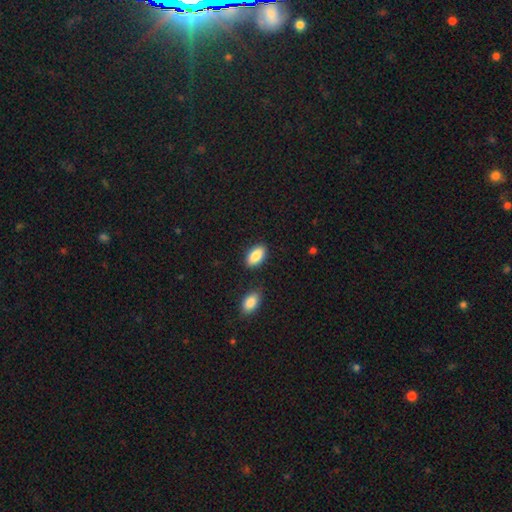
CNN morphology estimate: smooth_or_featured: smooth (p=0.87) [alt: star or artifact p=0.06]
how_rounded: in between (p=0.93) [alt: cigar-shaped p=0.04]
merging: none (p=0.85) [alt: minor disturbance p=0.09]